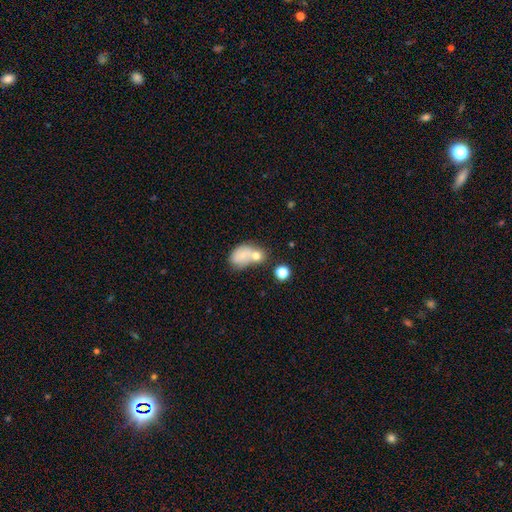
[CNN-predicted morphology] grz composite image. It shows a smooth galaxy with no disk features (50%). Merging: none (40%).